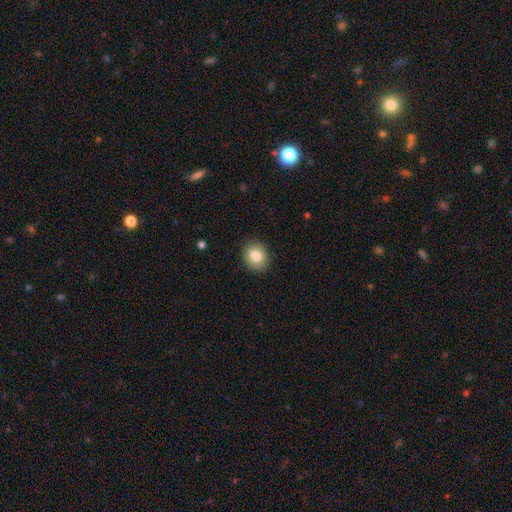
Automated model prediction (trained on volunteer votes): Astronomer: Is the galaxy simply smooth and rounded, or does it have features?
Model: smooth — 83%.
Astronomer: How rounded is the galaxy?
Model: round — 68%.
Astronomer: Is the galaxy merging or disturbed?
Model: none — 90%.